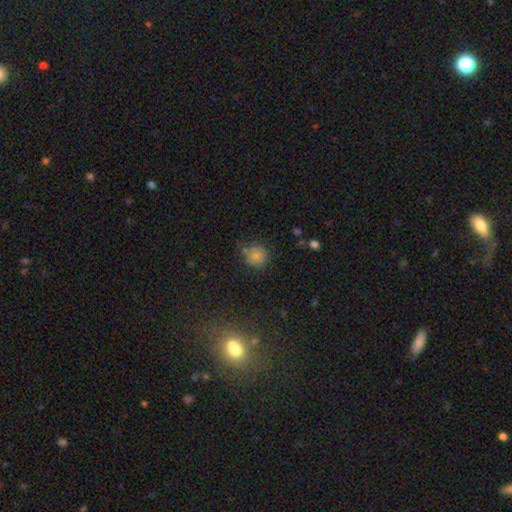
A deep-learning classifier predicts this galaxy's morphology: This is clearly a smooth galaxy (81%). How rounded: clearly round (91%). Merging: likely none (73%).